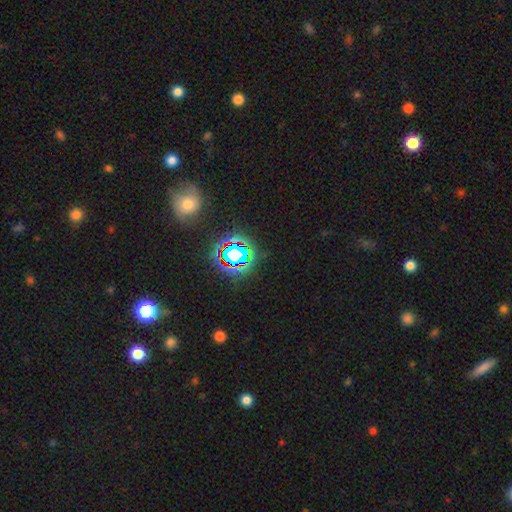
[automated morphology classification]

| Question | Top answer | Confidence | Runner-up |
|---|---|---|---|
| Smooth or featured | star or artifact | 74% | smooth (16%) |